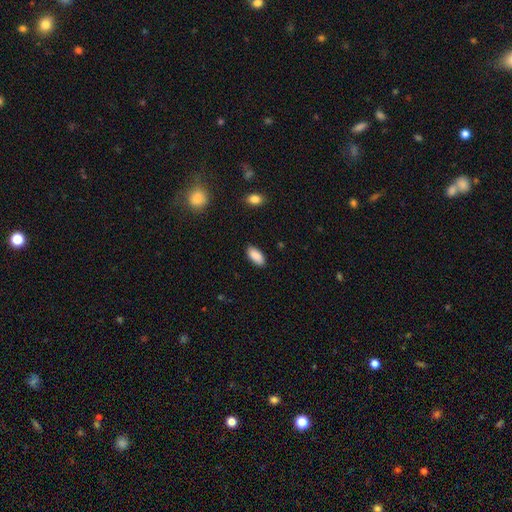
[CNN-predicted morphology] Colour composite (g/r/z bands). It shows a smooth galaxy with no disk features (89%) that is in between round and cigar-shaped (90%). Merging: none (87%).